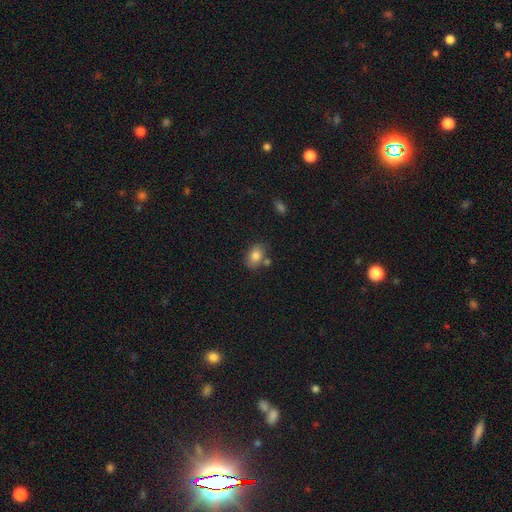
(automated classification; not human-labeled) Smooth or featured? smooth (80%)
How rounded? in between (81%)
Merging? none (67%)